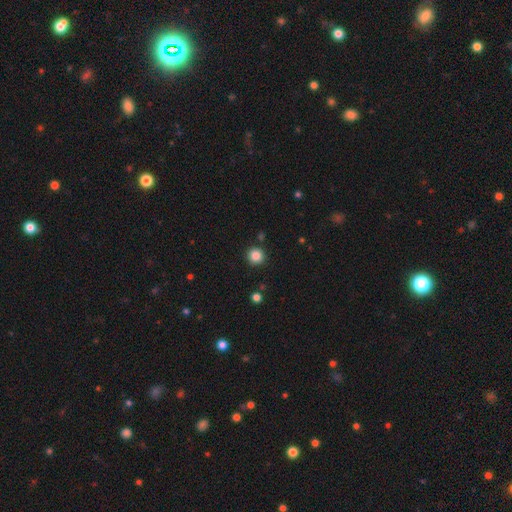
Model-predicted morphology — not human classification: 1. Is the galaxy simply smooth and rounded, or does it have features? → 85% smooth, 11% star or artifact, 4% featured or disk.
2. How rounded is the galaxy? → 95% round, 4% in between, 1% cigar-shaped.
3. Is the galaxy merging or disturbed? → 91% none, 5% minor disturbance, 2% merger, 2% major disturbance.